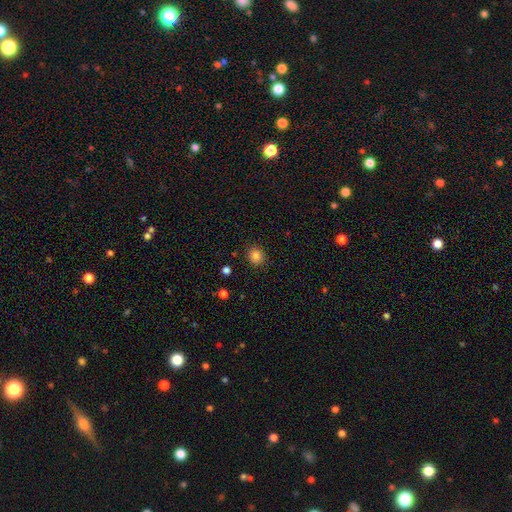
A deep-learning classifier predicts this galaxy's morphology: type=smooth (83%); roundness=round (87%); merging=none (90%).